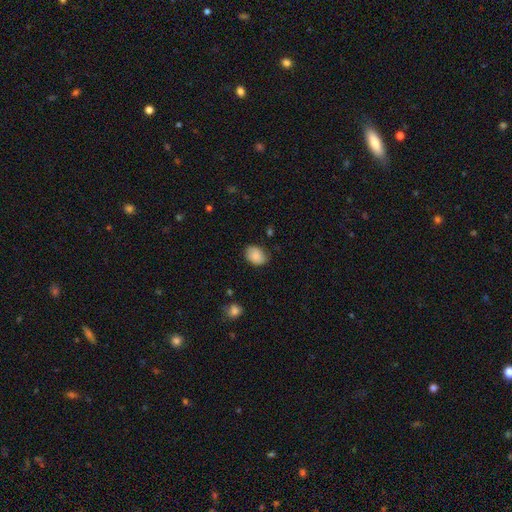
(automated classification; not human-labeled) Q: Smooth or featured?
A: smooth (85%); runner-up: featured or disk (8%)
Q: How rounded?
A: in between (70%); runner-up: round (29%)
Q: Merging?
A: none (75%); runner-up: minor disturbance (20%)